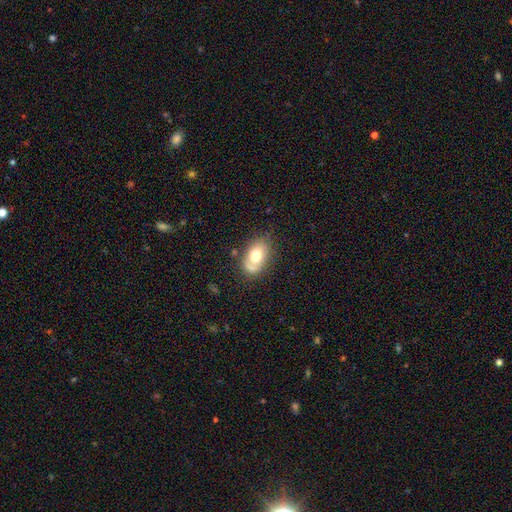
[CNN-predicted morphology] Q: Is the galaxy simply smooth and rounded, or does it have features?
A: smooth — 66%.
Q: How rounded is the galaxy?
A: in between — 81%.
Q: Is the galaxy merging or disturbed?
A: none — 54%.